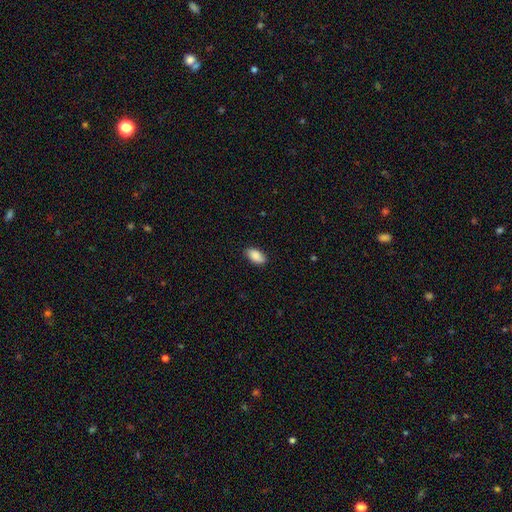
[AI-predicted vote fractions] This appears to be a smooth galaxy with no disk features (89%) that is in between round and cigar-shaped (94%). Merging: none (87%).